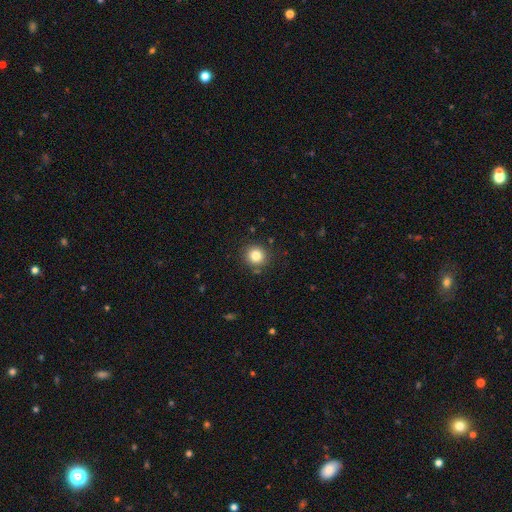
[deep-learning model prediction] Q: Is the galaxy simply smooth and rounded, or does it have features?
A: smooth — 82%.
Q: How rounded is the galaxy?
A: round — 92%.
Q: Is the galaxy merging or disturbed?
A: none — 88%.